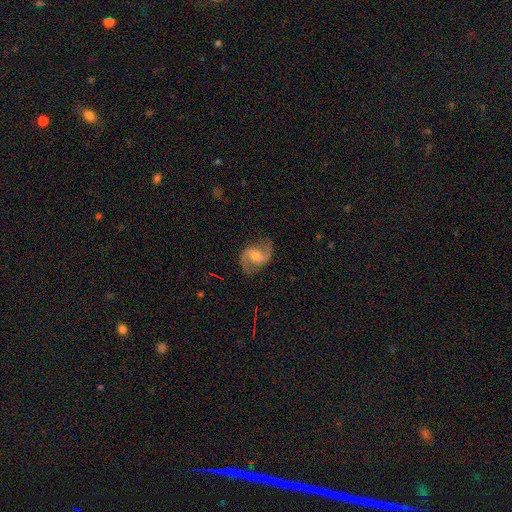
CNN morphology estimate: type=featured or disk (84%); edge-on=no (98%); bar=weak (46%); spiral arms=yes (96%); winding=loose (49%); arm count=2 (93%); bulge=moderate (58%); merging=none (80%).